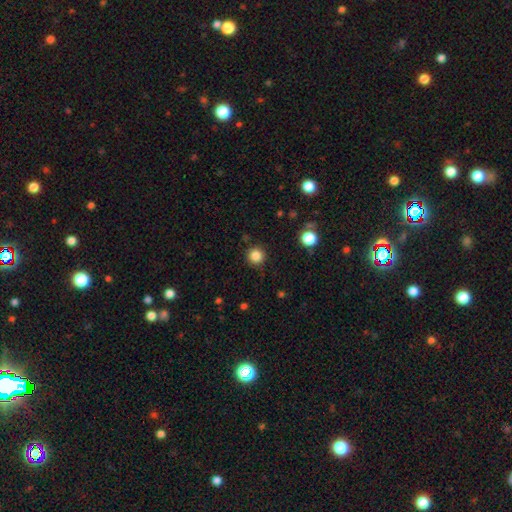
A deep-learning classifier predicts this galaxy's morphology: Smooth or featured: smooth — 84% (star or artifact — 12%)
How rounded: round — 95% (in between — 4%)
Merging: none — 90% (minor disturbance — 6%)